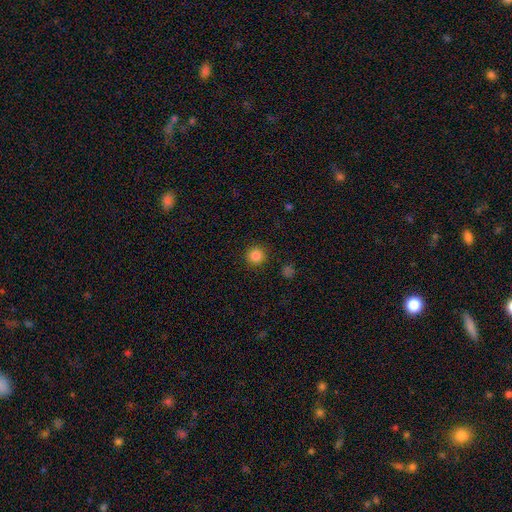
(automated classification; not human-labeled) This appears to be a smooth galaxy with no disk features (85%) that is round (95%). Merging: none (91%).